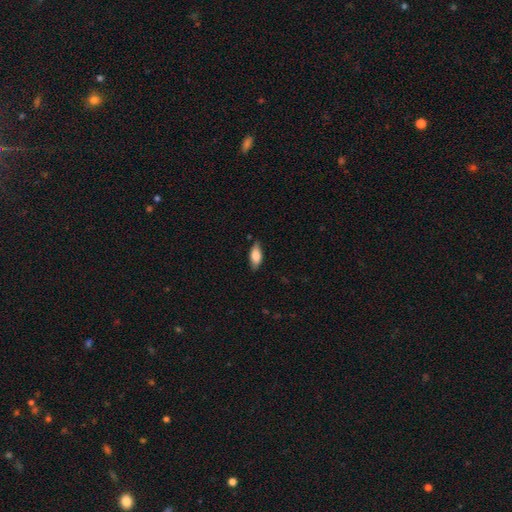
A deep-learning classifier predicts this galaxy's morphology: A smooth galaxy with no disk features (79%) that is in between round and cigar-shaped (82%). Merging: none (78%).